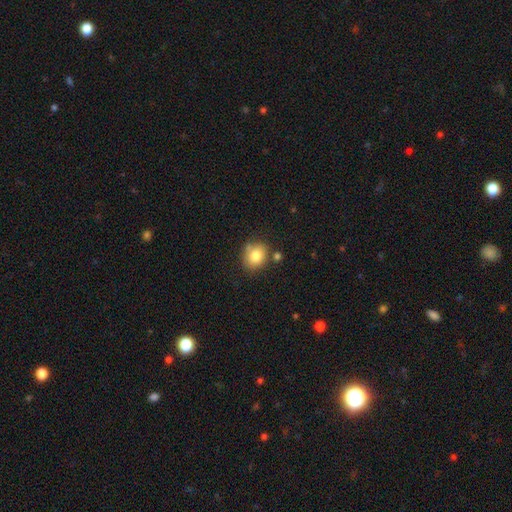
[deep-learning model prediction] Smooth or featured?
  - smooth: 80% *
  - featured or disk: 10%
  - star or artifact: 10%
How rounded?
  - round: 63% *
  - in between: 36%
  - cigar-shaped: 1%
Merging?
  - none: 66% *
  - minor disturbance: 19%
  - merger: 10%
  - major disturbance: 5%